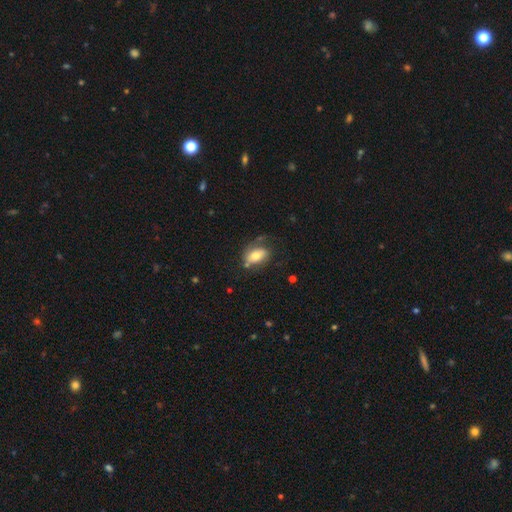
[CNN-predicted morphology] smooth 62%, featured or disk 31%, star or artifact 8%. Down the decision tree: how rounded — in between (87%); merging — none (52%).